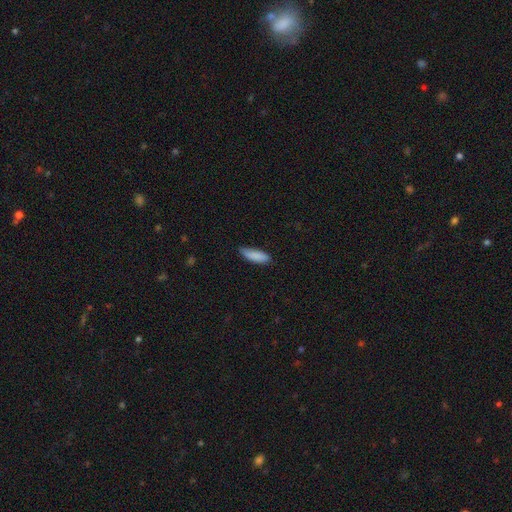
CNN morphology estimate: smooth_or_featured: smooth (p=0.88) [alt: star or artifact p=0.06]
how_rounded: in between (p=0.53) [alt: cigar-shaped p=0.46]
merging: none (p=0.76) [alt: minor disturbance p=0.21]